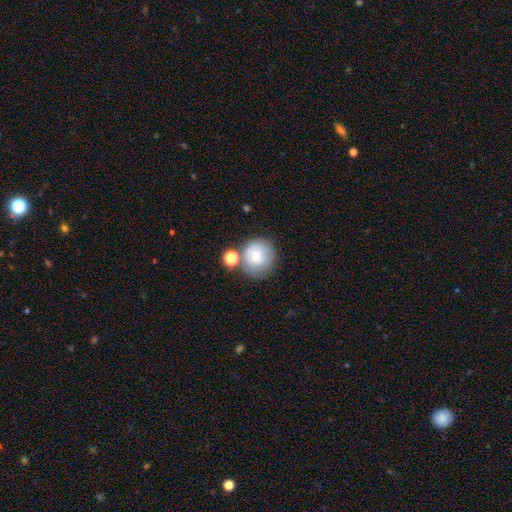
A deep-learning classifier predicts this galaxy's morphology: Smooth or featured?
  - smooth: 69% *
  - featured or disk: 23%
  - star or artifact: 9%
How rounded?
  - round: 91% *
  - in between: 8%
  - cigar-shaped: 1%
Merging?
  - none: 60% *
  - minor disturbance: 17%
  - merger: 16%
  - major disturbance: 7%